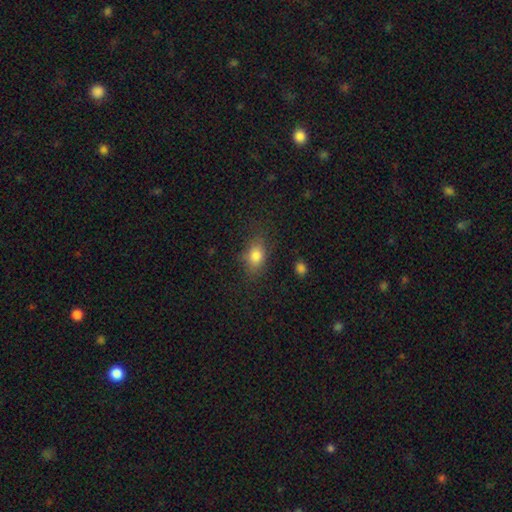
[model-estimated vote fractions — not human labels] Q: Smooth or featured?
A: smooth (81%); runner-up: star or artifact (11%)
Q: How rounded?
A: in between (72%); runner-up: round (25%)
Q: Merging?
A: none (73%); runner-up: minor disturbance (18%)